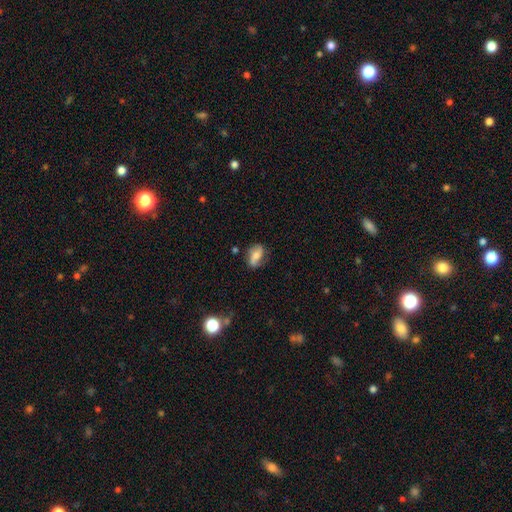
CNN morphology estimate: smooth_or_featured: smooth (p=0.52) [alt: featured or disk p=0.39]
how_rounded: in between (p=0.79) [alt: round p=0.16]
merging: none (p=0.66) [alt: minor disturbance p=0.24]